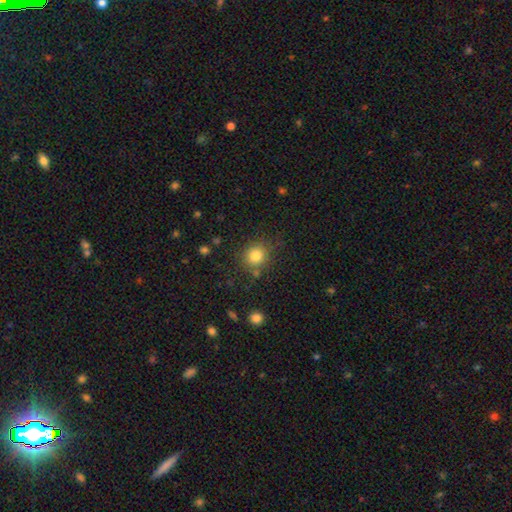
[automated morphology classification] A smooth galaxy with no disk features (82%) that is round (86%). Merging: none (80%).